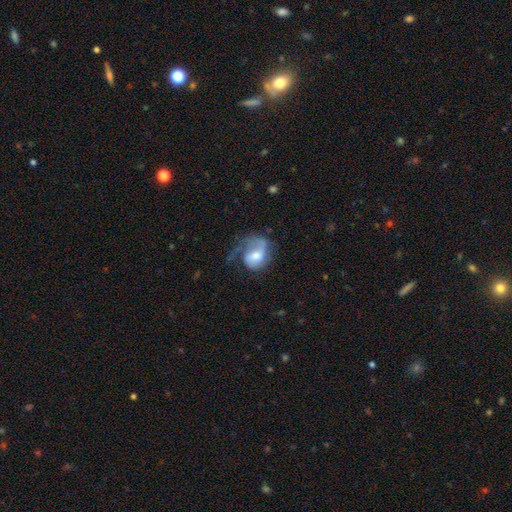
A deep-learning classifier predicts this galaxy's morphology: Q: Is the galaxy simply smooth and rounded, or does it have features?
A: featured or disk — 60%.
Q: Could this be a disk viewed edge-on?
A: no — 97%.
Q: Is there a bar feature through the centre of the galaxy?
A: no — 51%.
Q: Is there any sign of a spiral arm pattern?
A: yes — 83%.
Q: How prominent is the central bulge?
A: moderate — 57%.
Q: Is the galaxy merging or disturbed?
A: major disturbance — 41%.